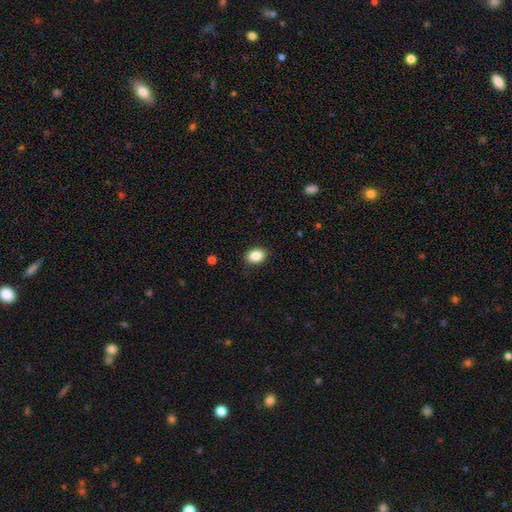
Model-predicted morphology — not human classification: This appears to be a smooth galaxy with no disk features (86%) that is in between round and cigar-shaped (71%). Merging: none (88%).